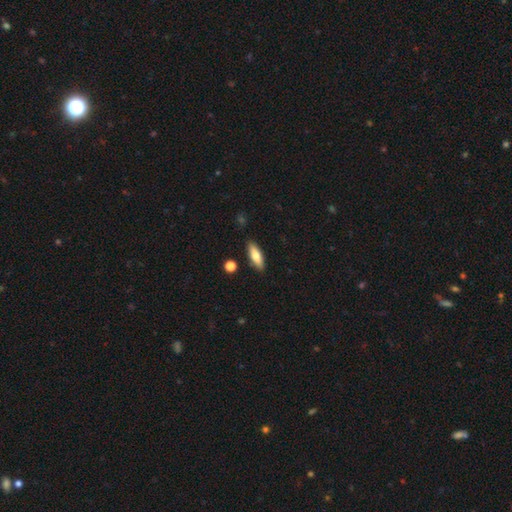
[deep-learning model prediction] Smooth or featured: smooth — 73% (featured or disk — 21%)
How rounded: in between — 56% (cigar-shaped — 41%)
Merging: none — 87% (minor disturbance — 9%)